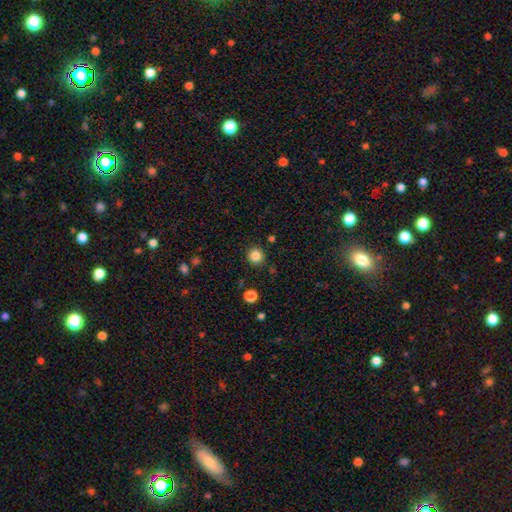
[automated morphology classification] Smooth or featured? Predicted: smooth (p=0.84). How rounded? Predicted: round (p=0.92). Merging? Predicted: none (p=0.90).